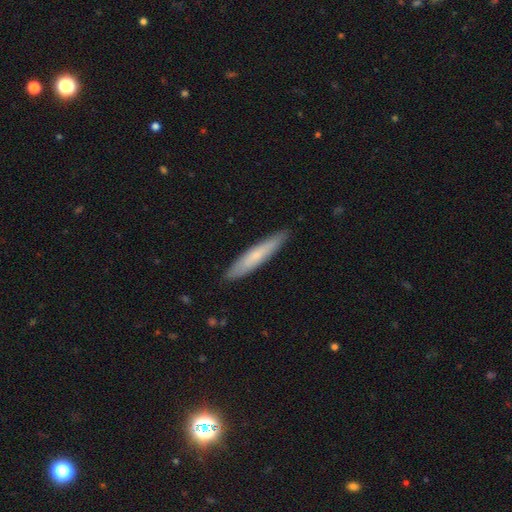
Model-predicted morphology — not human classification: Smooth or featured? Predicted: smooth (p=0.65). How rounded? Predicted: cigar-shaped (p=0.92). Merging? Predicted: none (p=0.89).